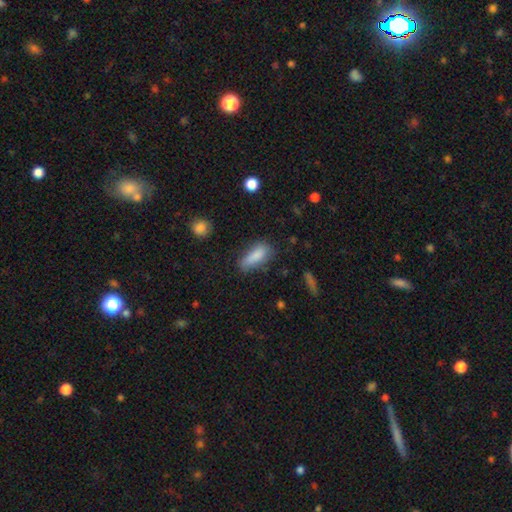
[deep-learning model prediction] Smooth or featured?
  - smooth: 84% *
  - featured or disk: 9%
  - star or artifact: 8%
How rounded?
  - in between: 71% *
  - cigar-shaped: 26%
  - round: 3%
Merging?
  - none: 60% *
  - minor disturbance: 28%
  - major disturbance: 9%
  - merger: 3%